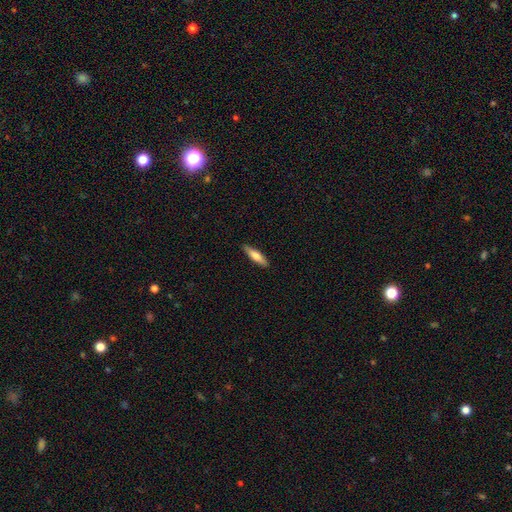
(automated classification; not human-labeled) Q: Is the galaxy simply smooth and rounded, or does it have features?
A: smooth — 65%.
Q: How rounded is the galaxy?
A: cigar-shaped — 72%.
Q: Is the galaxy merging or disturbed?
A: none — 89%.